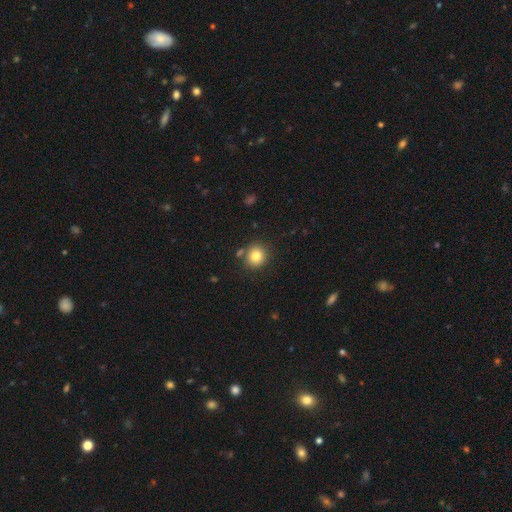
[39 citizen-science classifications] smooth 79%, featured or disk 13%, star or artifact 8%. Down the decision tree: how rounded — round (77%); merging — none (89%).